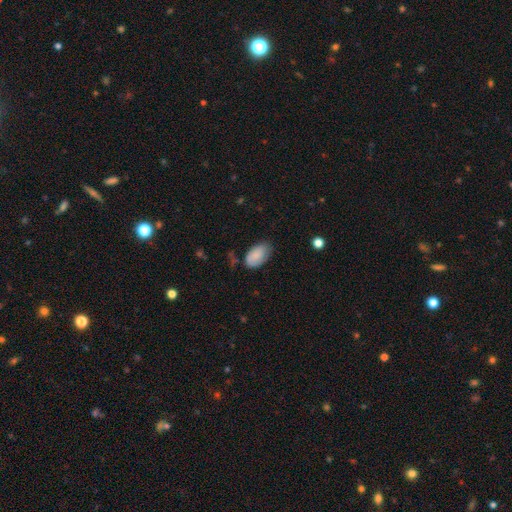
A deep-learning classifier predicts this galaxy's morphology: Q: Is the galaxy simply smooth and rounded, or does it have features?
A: smooth — 84%.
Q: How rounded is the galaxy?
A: in between — 94%.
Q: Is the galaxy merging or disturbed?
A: none — 64%.